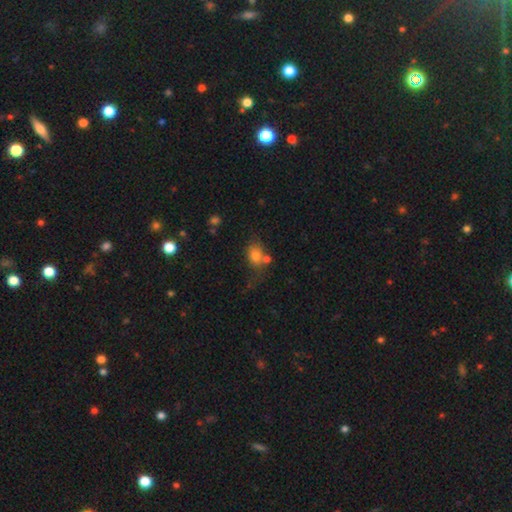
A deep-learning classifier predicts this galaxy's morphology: type=smooth (77%); roundness=in between (67%); merging=none (46%).